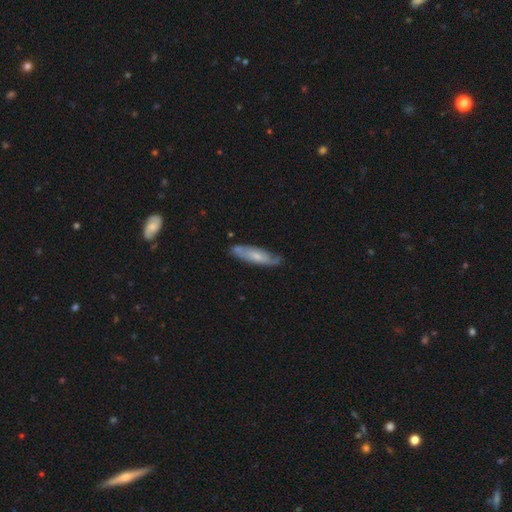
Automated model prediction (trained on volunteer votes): smooth-or-featured: featured or disk: 52% | smooth: 42% | star or artifact: 6%
  disk-edge-on: no: 64% | yes: 36%
  merging: none: 72% | minor disturbance: 21% | major disturbance: 4% | merger: 3%